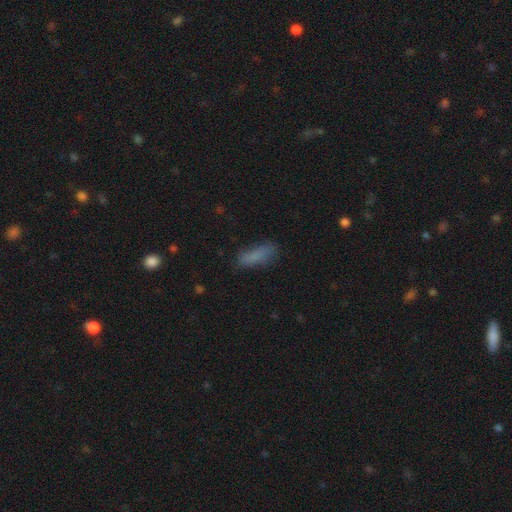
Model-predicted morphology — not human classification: A smooth galaxy with no disk features (79%) that is in between round and cigar-shaped (56%). Merging: none (65%).